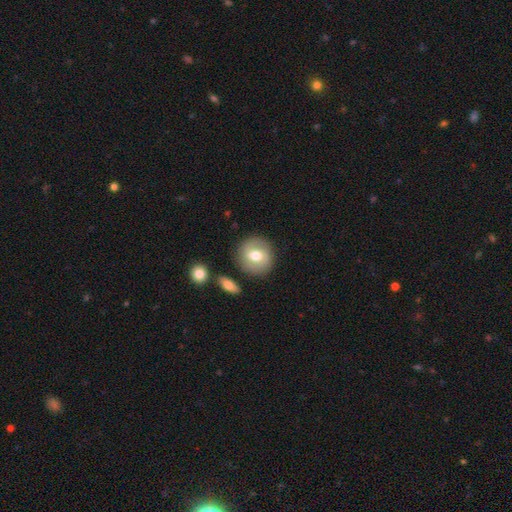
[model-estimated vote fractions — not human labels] Q: Smooth or featured?
A: smooth (62%); runner-up: featured or disk (31%)
Q: How rounded?
A: round (88%); runner-up: in between (11%)
Q: Merging?
A: none (83%); runner-up: minor disturbance (10%)